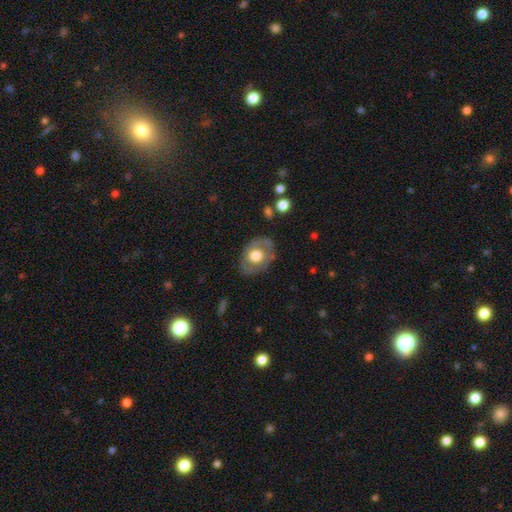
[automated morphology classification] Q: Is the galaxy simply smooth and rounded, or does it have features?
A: smooth — 52%.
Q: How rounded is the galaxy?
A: in between — 60%.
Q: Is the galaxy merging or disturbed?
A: none — 75%.